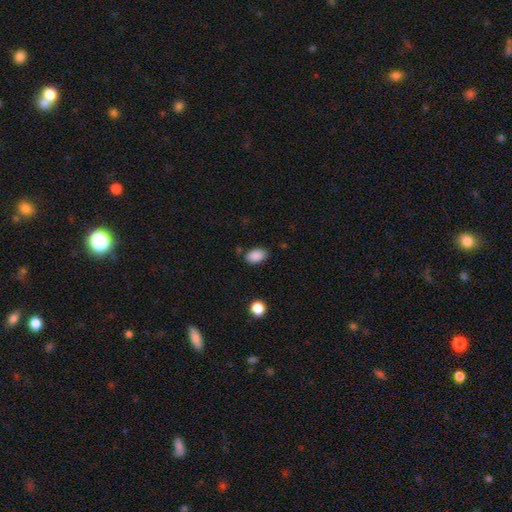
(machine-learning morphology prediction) Q: Smooth or featured?
A: smooth (88%); runner-up: star or artifact (8%)
Q: How rounded?
A: in between (89%); runner-up: round (10%)
Q: Merging?
A: none (80%); runner-up: minor disturbance (14%)